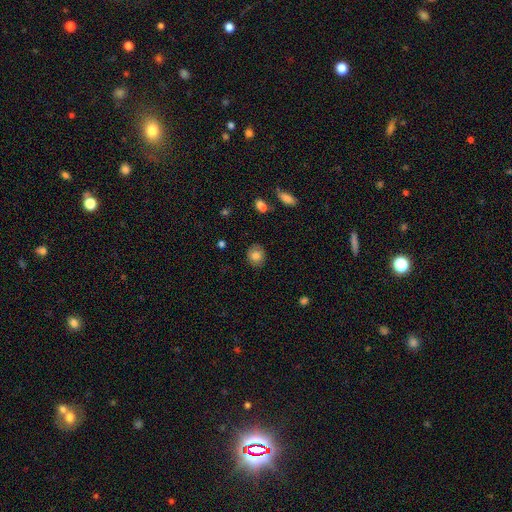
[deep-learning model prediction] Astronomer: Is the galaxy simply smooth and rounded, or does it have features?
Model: smooth — 81%.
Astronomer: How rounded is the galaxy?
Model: round — 73%.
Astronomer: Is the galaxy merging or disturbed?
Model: none — 86%.